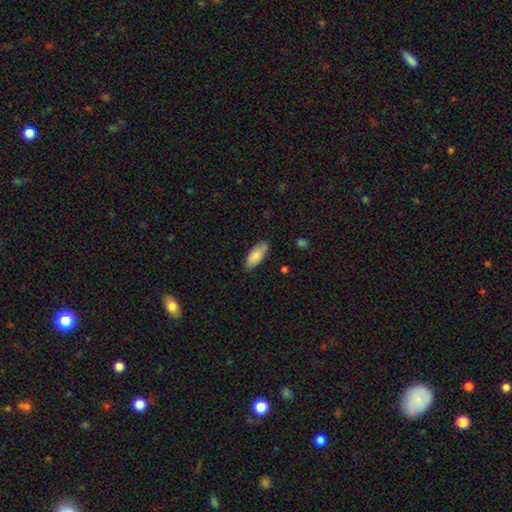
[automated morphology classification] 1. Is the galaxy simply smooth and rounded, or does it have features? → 85% smooth, 10% featured or disk, 6% star or artifact.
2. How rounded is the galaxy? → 84% in between, 15% cigar-shaped, 2% round.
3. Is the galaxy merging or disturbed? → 81% none, 15% minor disturbance, 3% major disturbance, 1% merger.